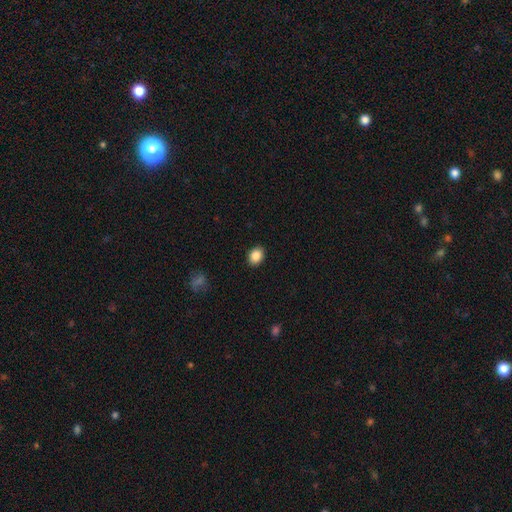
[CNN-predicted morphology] Overall: smooth (87%). How rounded: in between (61%; round 38%). Merging: none (90%).